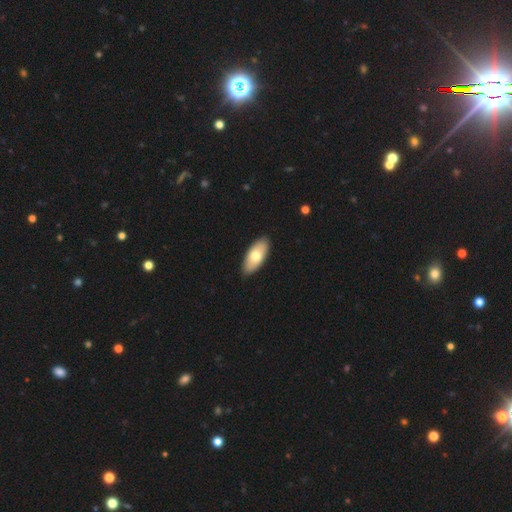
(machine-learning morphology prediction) Smooth or featured?
  - smooth: 72% *
  - featured or disk: 23%
  - star or artifact: 5%
How rounded?
  - in between: 88% *
  - cigar-shaped: 10%
  - round: 2%
Merging?
  - none: 88% *
  - minor disturbance: 9%
  - major disturbance: 2%
  - merger: 1%